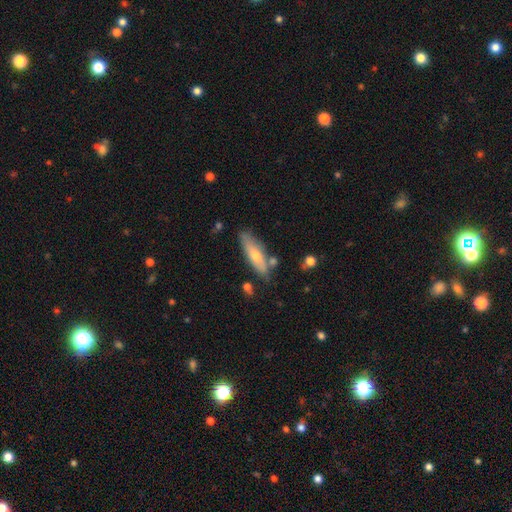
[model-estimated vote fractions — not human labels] A smooth galaxy with no disk features (60%) that is cigar-shaped (63%).

Vote fractions:
- Smooth or featured? smooth: 60% / featured or disk: 33% / star or artifact: 6%
- How rounded? cigar-shaped: 63% / in between: 35% / round: 2%
- Merging? none: 75% / minor disturbance: 15% / merger: 7% / major disturbance: 3%